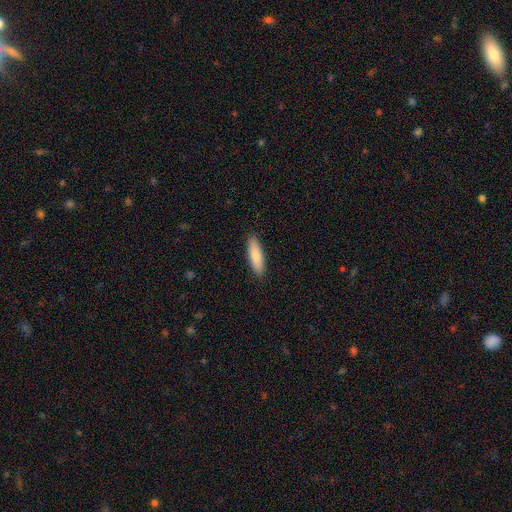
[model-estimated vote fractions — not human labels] This appears to be a smooth galaxy with no disk features (82%) that is cigar-shaped (58%). Merging: none (90%).